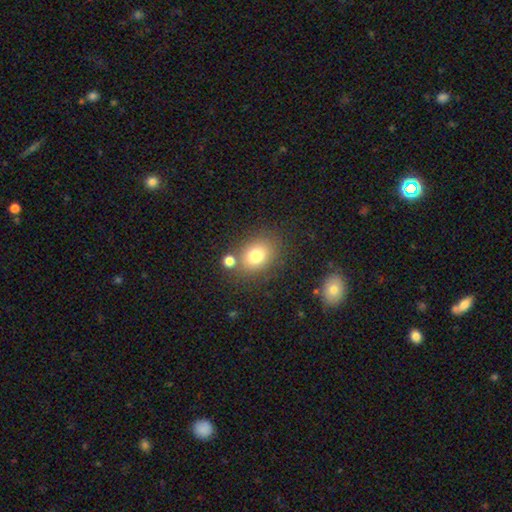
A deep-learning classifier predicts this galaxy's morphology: This is likely a smooth galaxy (77%). How rounded: possibly in between (59%). Merging: likely none (70%).